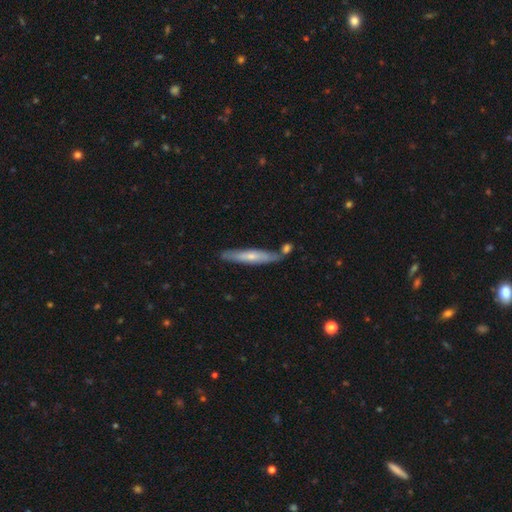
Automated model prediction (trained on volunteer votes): smooth_or_featured: featured or disk (p=0.55) [alt: smooth p=0.38]
disk_edge_on: yes (p=0.87) [alt: no p=0.13]
merging: none (p=0.80) [alt: minor disturbance p=0.13]